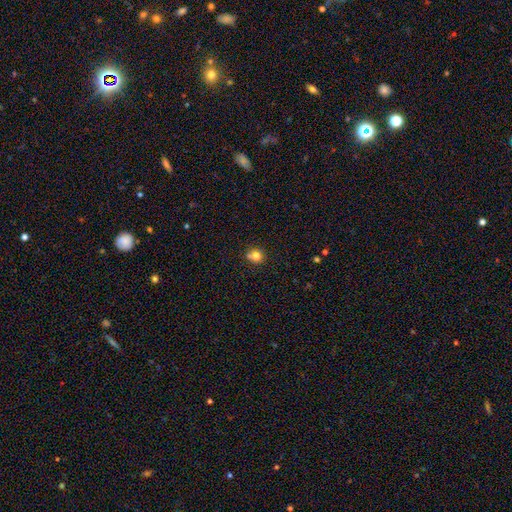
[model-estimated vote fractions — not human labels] Morphology: type=smooth (78%); roundness=round (85%); merging=none (65%).